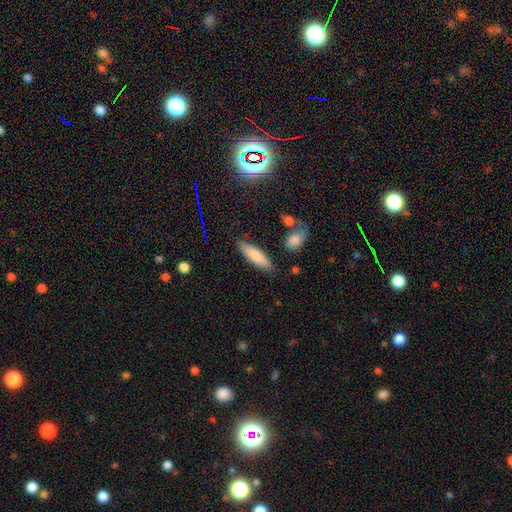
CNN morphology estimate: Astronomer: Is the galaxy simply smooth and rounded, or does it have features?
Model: smooth — 81%.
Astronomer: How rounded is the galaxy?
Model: cigar-shaped — 62%.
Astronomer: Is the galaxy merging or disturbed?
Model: none — 83%.